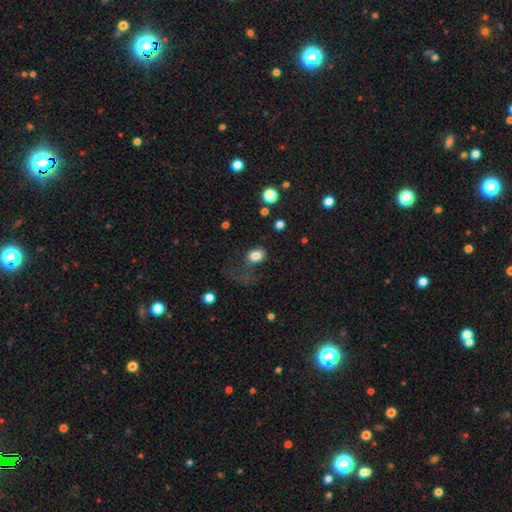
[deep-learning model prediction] Q: Smooth or featured?
A: smooth (82%); runner-up: star or artifact (10%)
Q: How rounded?
A: in between (71%); runner-up: round (27%)
Q: Merging?
A: none (44%); runner-up: major disturbance (32%)